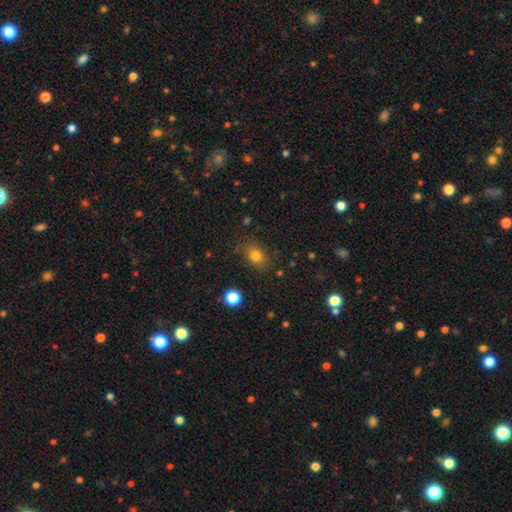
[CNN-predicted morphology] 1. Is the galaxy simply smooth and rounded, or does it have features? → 79% smooth, 13% star or artifact, 8% featured or disk.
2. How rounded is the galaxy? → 60% in between, 38% round, 1% cigar-shaped.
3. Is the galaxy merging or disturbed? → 79% none, 14% minor disturbance, 5% major disturbance, 2% merger.